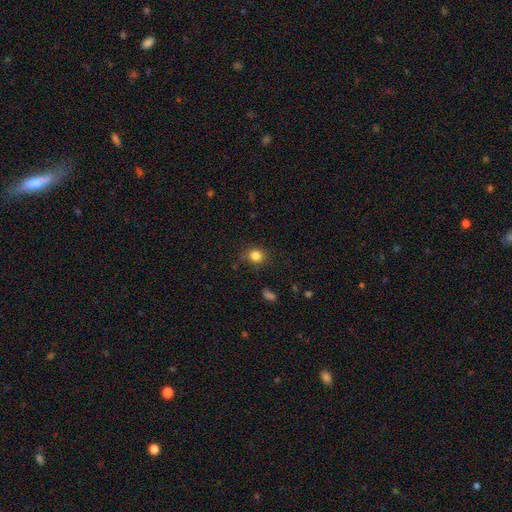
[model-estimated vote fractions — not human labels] Smooth or featured: smooth — 83% (star or artifact — 12%)
How rounded: round — 79% (in between — 20%)
Merging: none — 81% (minor disturbance — 14%)